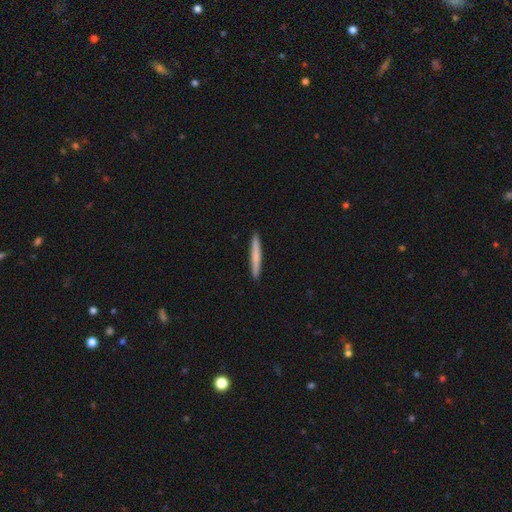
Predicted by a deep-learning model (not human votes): Smooth or featured? Predicted: smooth (p=0.70). How rounded? Predicted: cigar-shaped (p=0.97). Merging? Predicted: none (p=0.93).